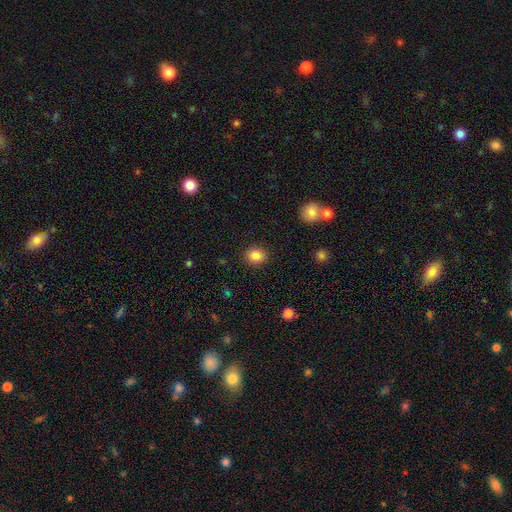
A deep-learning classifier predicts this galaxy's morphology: Smooth or featured? Predicted: smooth (p=0.86). How rounded? Predicted: round (p=0.72). Merging? Predicted: none (p=0.90).